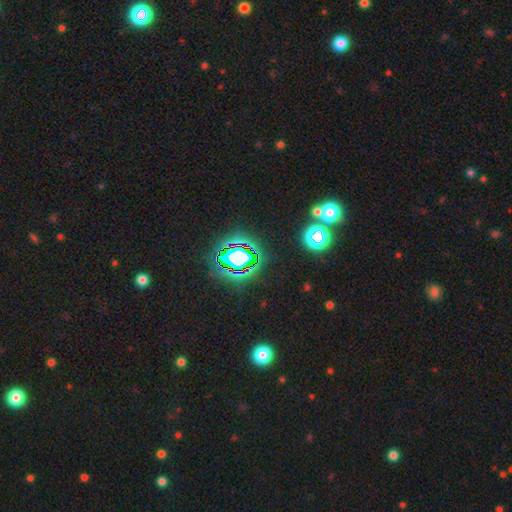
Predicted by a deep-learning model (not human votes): Overall: star or artifact (81%).